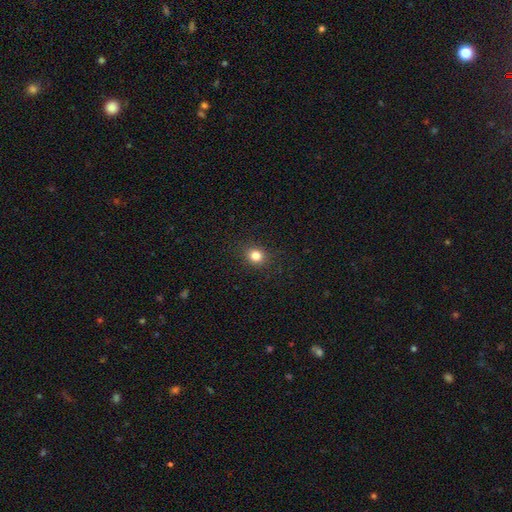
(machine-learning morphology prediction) A smooth galaxy with no disk features (81%) that is round (78%). Merging: none (89%).